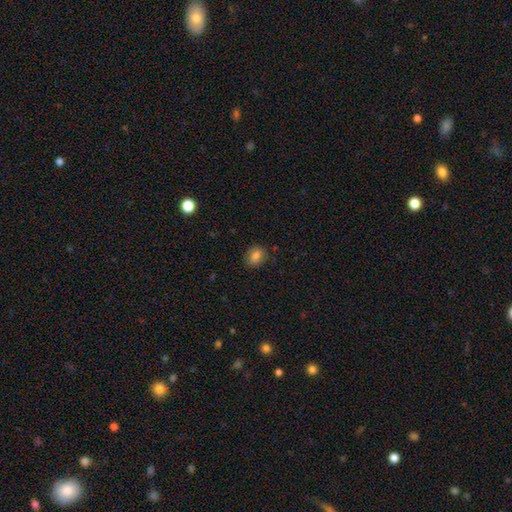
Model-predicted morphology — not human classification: Smooth or featured: smooth — 81% (star or artifact — 10%)
How rounded: in between — 56% (round — 42%)
Merging: none — 81% (minor disturbance — 14%)